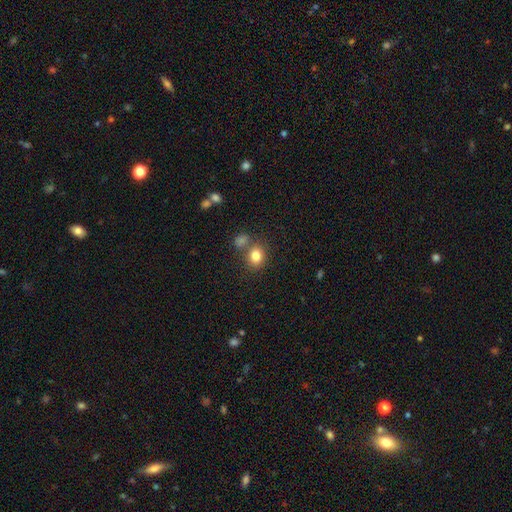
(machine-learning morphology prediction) type=smooth (81%); roundness=round (58%); merging=none (65%).